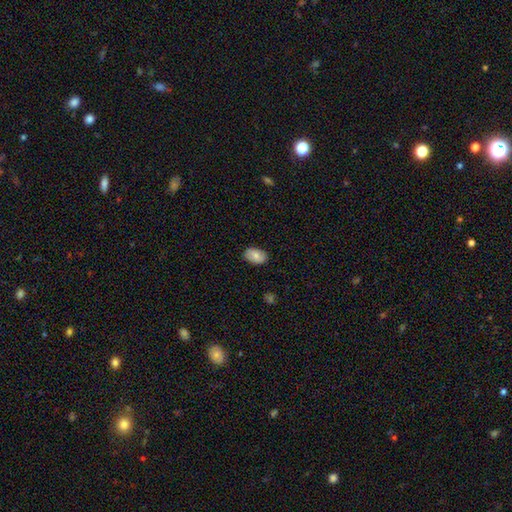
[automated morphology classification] smooth-or-featured: smooth: 77% | featured or disk: 16% | star or artifact: 7%
  how-rounded: in between: 90% | round: 8% | cigar-shaped: 1%
  merging: none: 86% | minor disturbance: 11% | major disturbance: 2% | merger: 1%